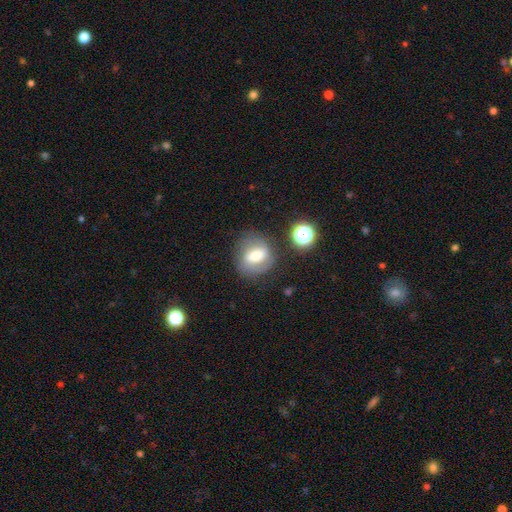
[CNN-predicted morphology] type=featured or disk (47%); merging=none (71%).